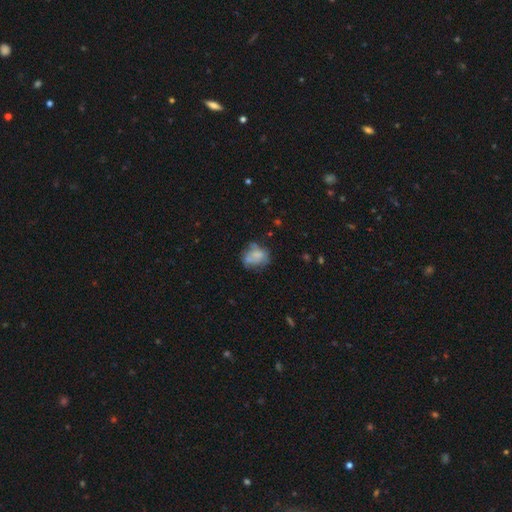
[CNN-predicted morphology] This is possibly a smooth galaxy (56%). How rounded: possibly in between (54%). Merging: possibly none (45%).